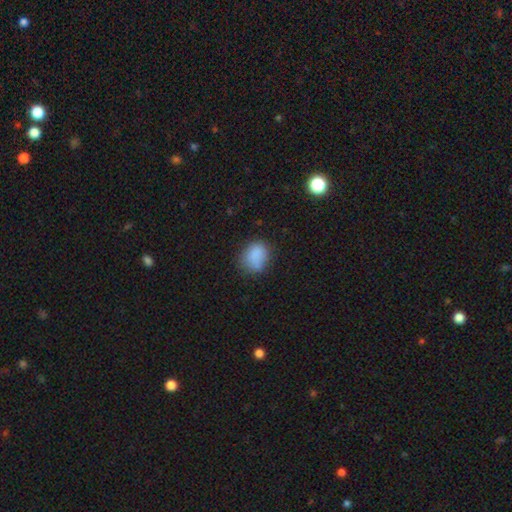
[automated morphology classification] smooth_or_featured: smooth (p=0.83) [alt: star or artifact p=0.10]
how_rounded: in between (p=0.54) [alt: round p=0.45]
merging: none (p=0.64) [alt: minor disturbance p=0.24]